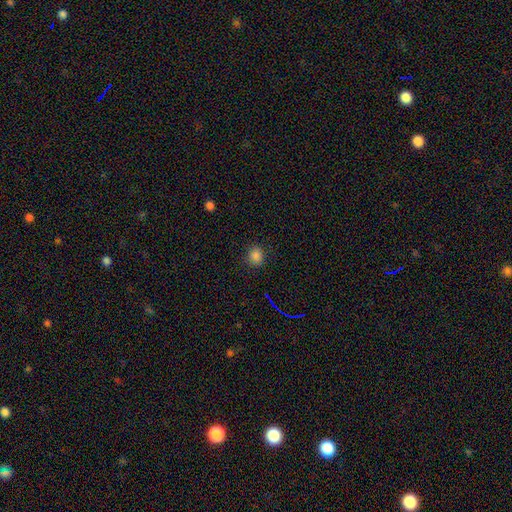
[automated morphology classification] Smooth or featured? Predicted: smooth (p=0.82). How rounded? Predicted: round (p=0.77). Merging? Predicted: none (p=0.87).